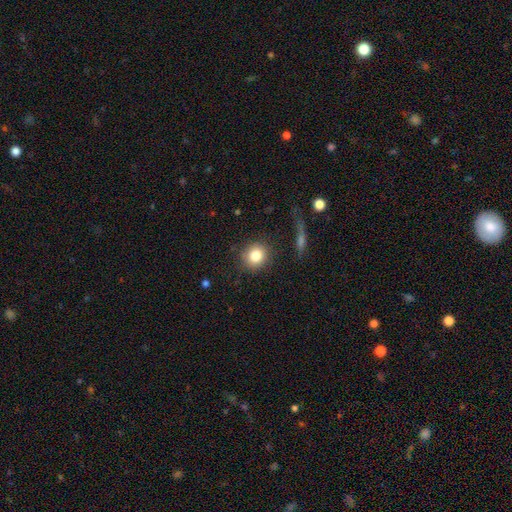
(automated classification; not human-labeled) Smooth or featured? Predicted: smooth (p=0.83). How rounded? Predicted: round (p=0.84). Merging? Predicted: none (p=0.86).